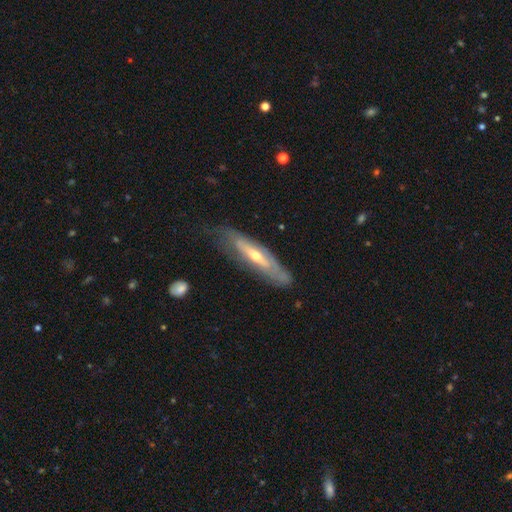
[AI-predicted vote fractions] smooth_or_featured: featured or disk (p=0.69) [alt: smooth p=0.25]
disk_edge_on: yes (p=0.53) [alt: no p=0.47]
merging: none (p=0.63) [alt: minor disturbance p=0.25]